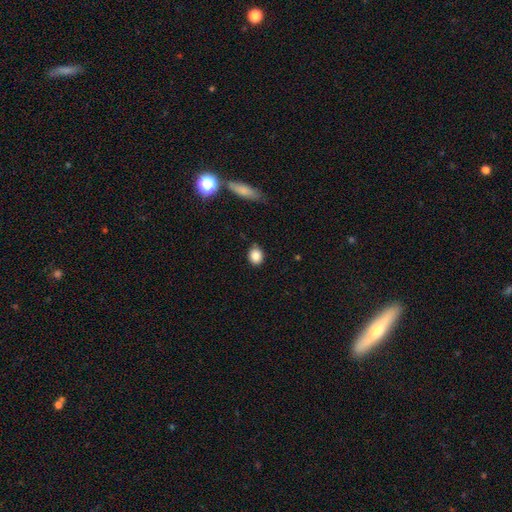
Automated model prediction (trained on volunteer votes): Smooth or featured? smooth (86%)
How rounded? round (62%)
Merging? none (82%)